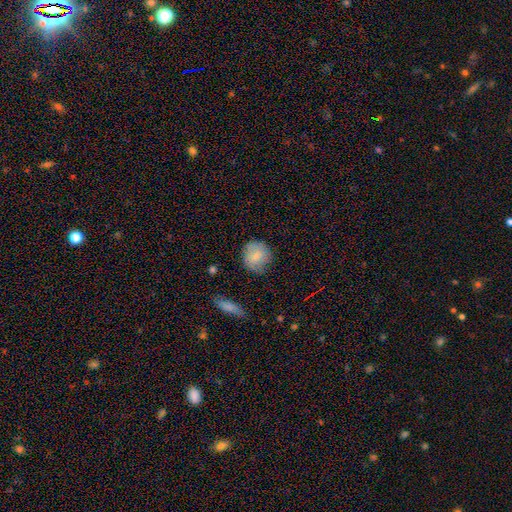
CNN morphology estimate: smooth 80%, featured or disk 13%, star or artifact 7%. Down the decision tree: how rounded — round (82%); merging — none (76%).